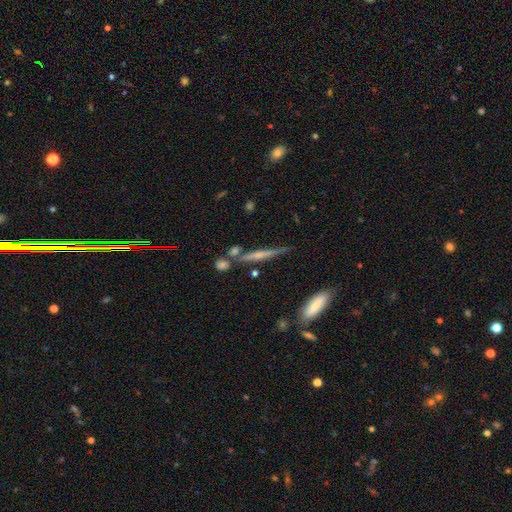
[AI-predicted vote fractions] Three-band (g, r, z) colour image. It shows a featured or disk galaxy (57%) viewed edge-on (93%) with a rounded central bulge (51%). Merging: none (75%).